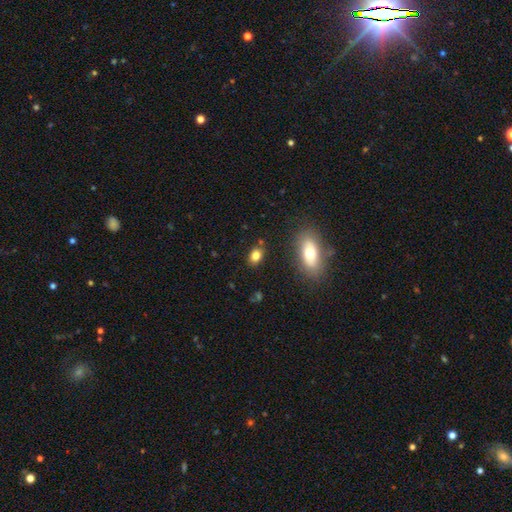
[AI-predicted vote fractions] Q: Smooth or featured?
A: smooth (81%); runner-up: star or artifact (10%)
Q: How rounded?
A: in between (72%); runner-up: round (25%)
Q: Merging?
A: none (83%); runner-up: minor disturbance (11%)